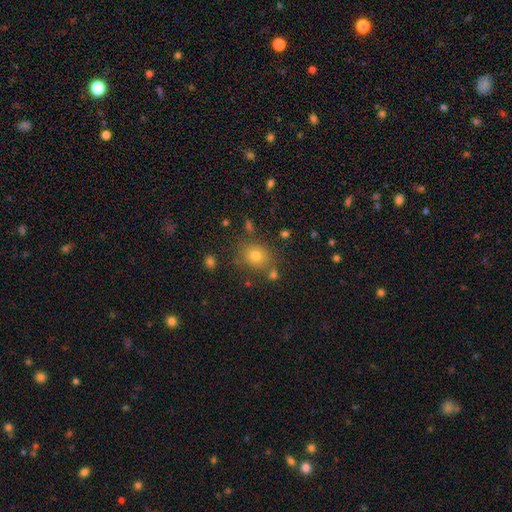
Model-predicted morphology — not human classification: type=smooth (74%); roundness=round (71%); merging=none (77%).